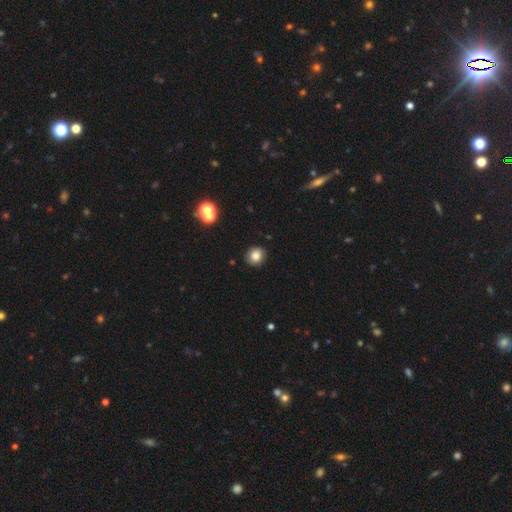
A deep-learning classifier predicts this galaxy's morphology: smooth 80%, star or artifact 11%, featured or disk 9%. Down the decision tree: how rounded — round (81%); merging — none (86%).